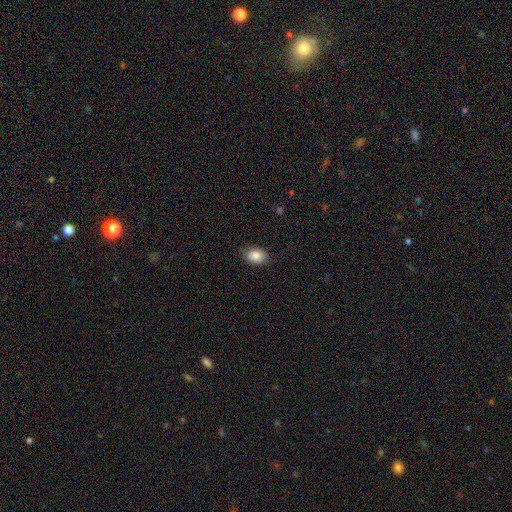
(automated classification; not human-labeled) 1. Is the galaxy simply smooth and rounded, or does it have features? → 87% smooth, 8% star or artifact, 5% featured or disk.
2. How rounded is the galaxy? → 81% in between, 18% round, 1% cigar-shaped.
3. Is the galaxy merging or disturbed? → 84% none, 12% minor disturbance, 3% major disturbance, 1% merger.